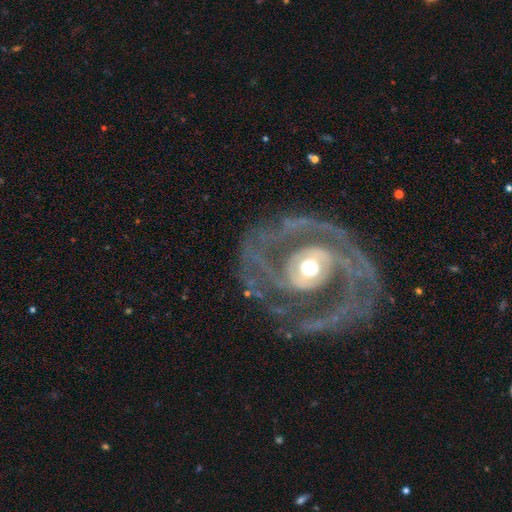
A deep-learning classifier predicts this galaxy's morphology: A featured or disk galaxy (90%) with no bar (53%), 2 (58%) tight (59%) spiral arms (94%) and a moderate central bulge (61%). Merging: none (68%).